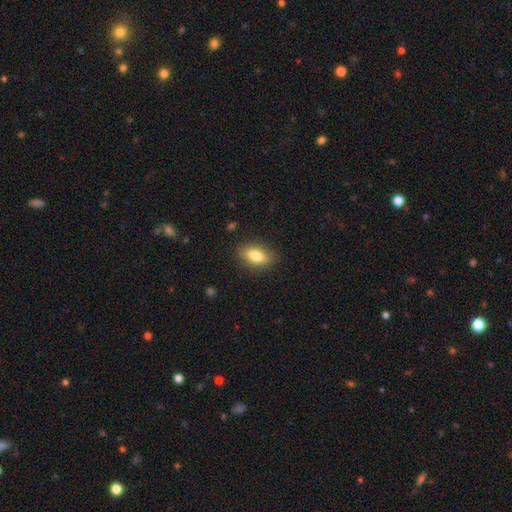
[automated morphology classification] Smooth or featured? smooth (79%)
How rounded? in between (83%)
Merging? none (86%)